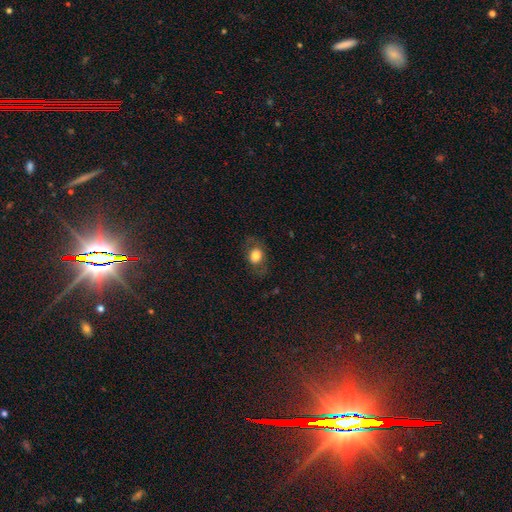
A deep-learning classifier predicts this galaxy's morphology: The model was most divided on "how rounded": in between: 56%, round: 43%, cigar-shaped: 2%. More confident: merging — none (72%); smooth or featured — smooth (70%).